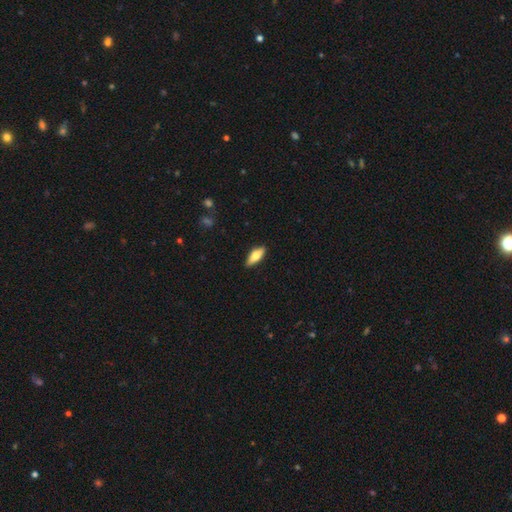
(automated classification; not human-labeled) Q: Smooth or featured?
A: smooth (71%); runner-up: featured or disk (23%)
Q: How rounded?
A: in between (70%); runner-up: cigar-shaped (28%)
Q: Merging?
A: none (87%); runner-up: minor disturbance (10%)